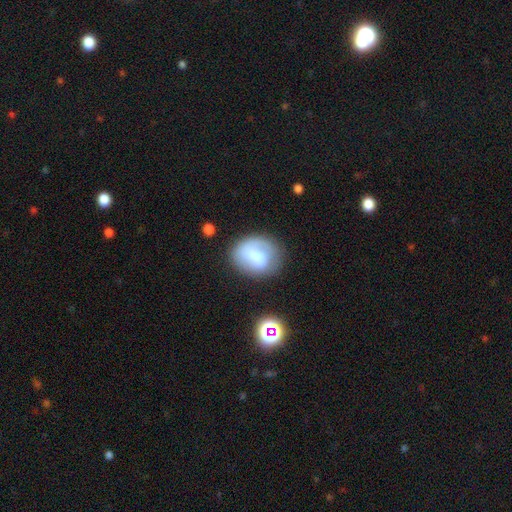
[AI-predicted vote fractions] Q: Smooth or featured?
A: smooth (60%); runner-up: featured or disk (31%)
Q: How rounded?
A: round (58%); runner-up: in between (41%)
Q: Merging?
A: none (61%); runner-up: minor disturbance (22%)